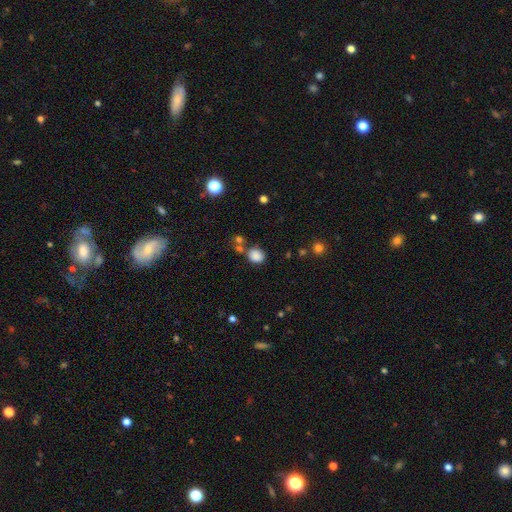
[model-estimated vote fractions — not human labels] This appears to be a smooth galaxy with no disk features (84%) that is round (64%). Merging: none (70%).